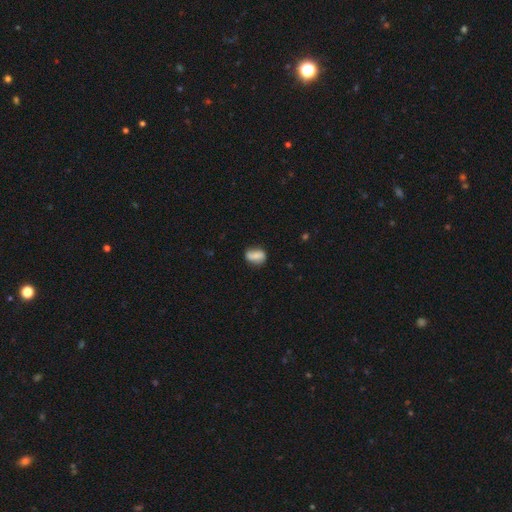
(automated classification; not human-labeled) This appears to be a smooth galaxy with no disk features (69%) that is in between round and cigar-shaped (75%). Merging: none (68%).